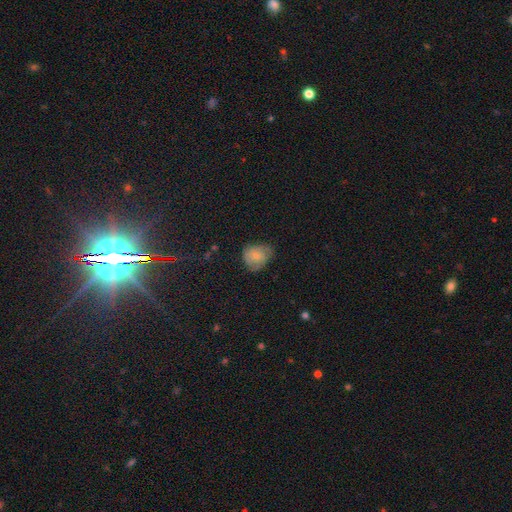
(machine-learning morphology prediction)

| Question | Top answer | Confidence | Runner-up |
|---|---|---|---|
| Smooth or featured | smooth | 72% | featured or disk (20%) |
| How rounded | round | 56% | in between (43%) |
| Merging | none | 51% | minor disturbance (36%) |